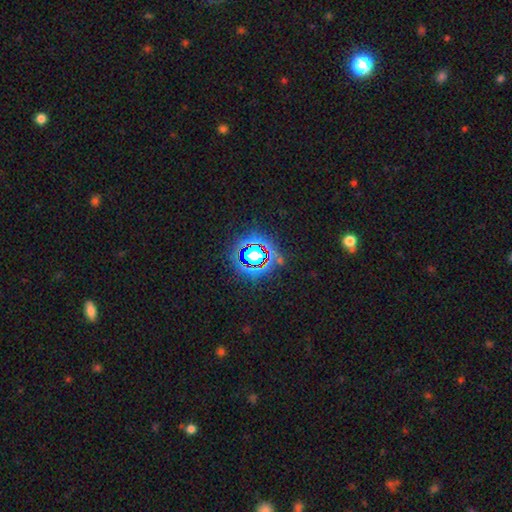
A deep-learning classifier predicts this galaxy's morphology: This appears to be a star or artifact, not a galaxy (71%).